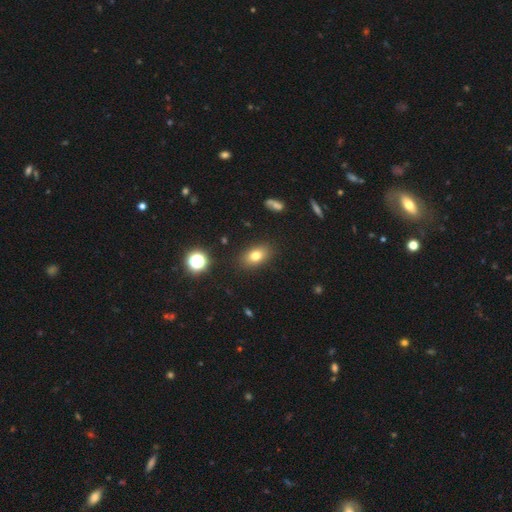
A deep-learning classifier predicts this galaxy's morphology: This is likely a smooth galaxy (76%). How rounded: clearly in between (82%). Merging: clearly none (87%).